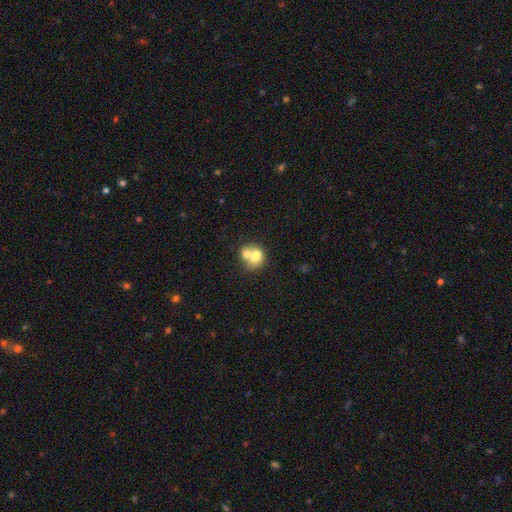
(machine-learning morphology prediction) A smooth galaxy with no disk features (69%) that is round (67%).

Vote fractions:
- Smooth or featured? smooth: 69% / featured or disk: 22% / star or artifact: 9%
- How rounded? round: 67% / in between: 32% / cigar-shaped: 1%
- Merging? merger: 68% / none: 22% / minor disturbance: 6% / major disturbance: 3%